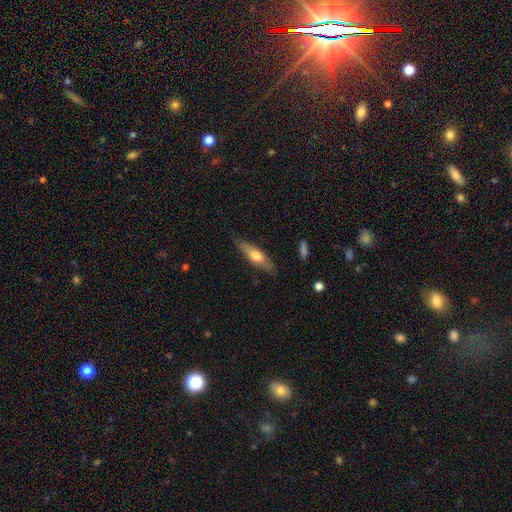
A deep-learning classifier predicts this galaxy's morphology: The model was most divided on "smooth or featured": smooth: 55%, featured or disk: 39%, star or artifact: 5%. More confident: merging — none (79%); how rounded — cigar-shaped (64%).